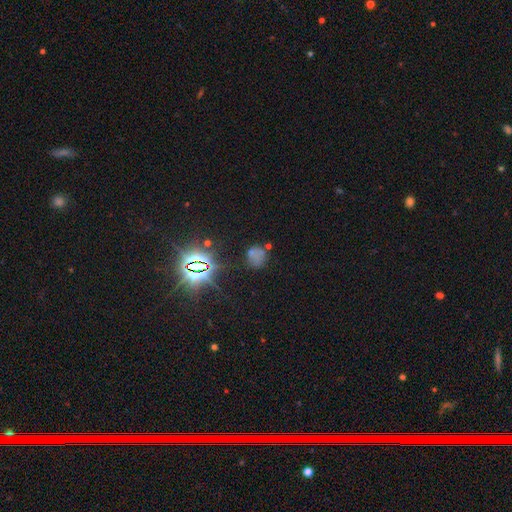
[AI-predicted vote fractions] This appears to be a star or artifact, not a galaxy (54%).